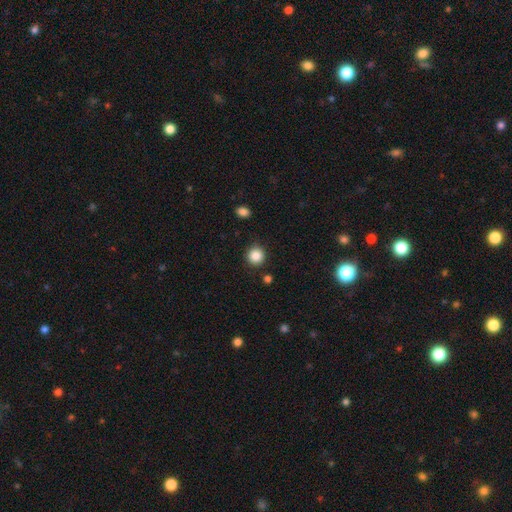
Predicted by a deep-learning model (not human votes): This appears to be a smooth galaxy with no disk features (87%) that is round (92%). Merging: none (87%).